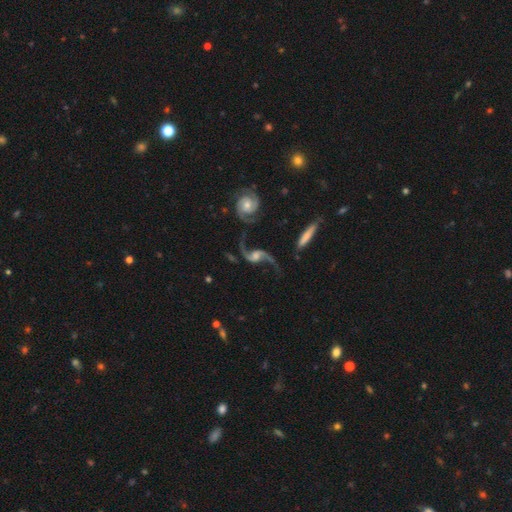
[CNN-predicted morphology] smooth_or_featured: featured or disk (p=0.91) [alt: star or artifact p=0.05]
disk_edge_on: no (p=0.95) [alt: yes p=0.05]
bar: no (p=0.49) [alt: weak p=0.37]
has_spiral_arms: yes (p=0.97) [alt: no p=0.03]
spiral_winding: loose (p=0.85) [alt: medium p=0.12]
spiral_arm_count: 2 (p=0.94) [alt: 1 p=0.02]
bulge_size: moderate (p=0.38) [alt: small p=0.28]
merging: none (p=0.62) [alt: minor disturbance p=0.16]